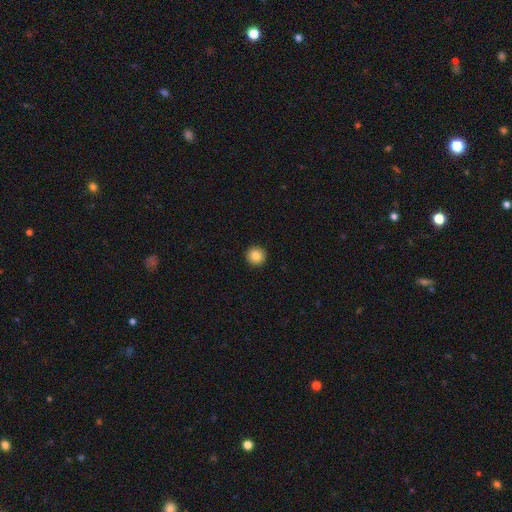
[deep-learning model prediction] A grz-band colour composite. It shows a smooth galaxy with no disk features (85%) that is round (95%). Merging: none (94%).